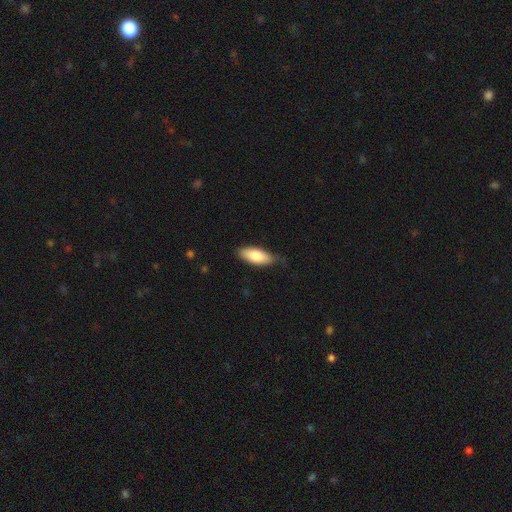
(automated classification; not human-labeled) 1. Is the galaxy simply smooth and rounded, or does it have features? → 81% smooth, 13% featured or disk, 6% star or artifact.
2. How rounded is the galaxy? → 81% in between, 17% cigar-shaped, 2% round.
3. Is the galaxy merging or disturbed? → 66% none, 28% minor disturbance, 5% major disturbance, 1% merger.